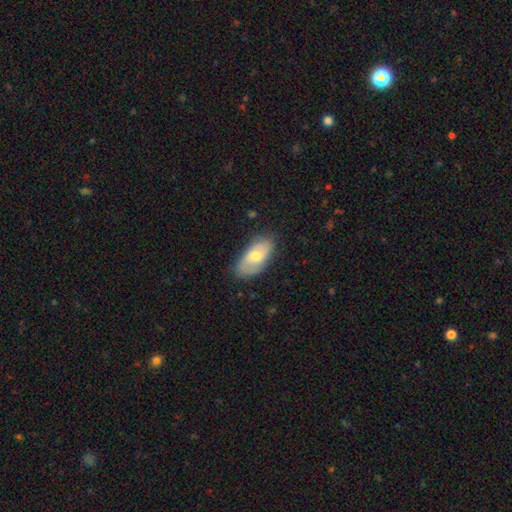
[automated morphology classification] The model was most divided on "smooth or featured": smooth: 56%, featured or disk: 38%, star or artifact: 6%. More confident: how rounded — in between (91%); merging — none (77%).